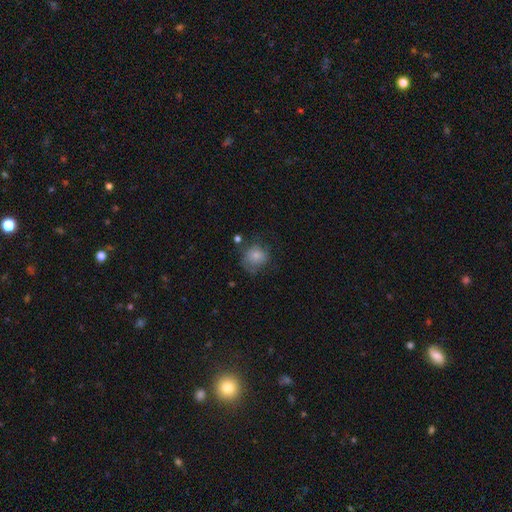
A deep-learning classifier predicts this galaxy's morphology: smooth 75%, featured or disk 16%, star or artifact 9%. Down the decision tree: how rounded — round (78%); merging — none (52%).